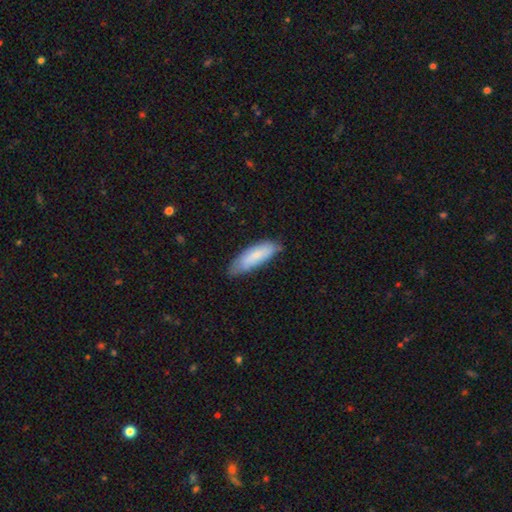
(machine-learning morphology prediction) Q: Smooth or featured?
A: smooth (77%); runner-up: featured or disk (17%)
Q: How rounded?
A: in between (54%); runner-up: cigar-shaped (45%)
Q: Merging?
A: none (66%); runner-up: minor disturbance (28%)